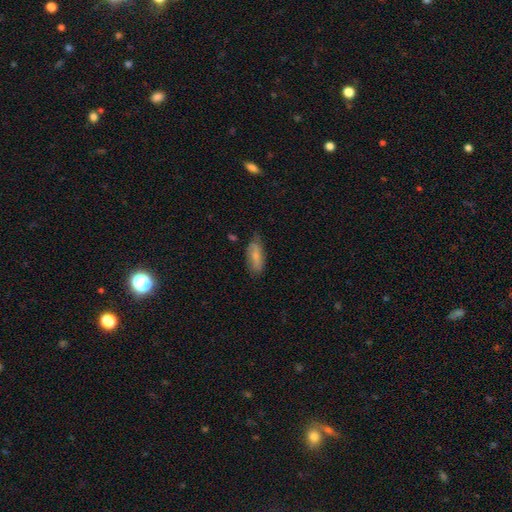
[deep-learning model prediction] Overall: smooth (71%). How rounded: in between (78%). Merging: none (67%).